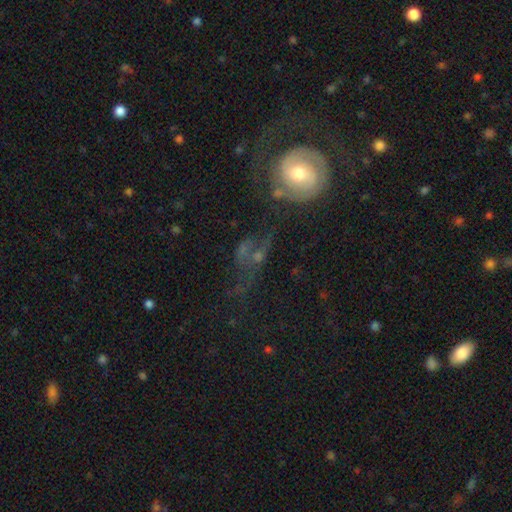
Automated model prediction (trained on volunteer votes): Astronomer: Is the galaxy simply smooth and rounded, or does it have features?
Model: featured or disk — 56%.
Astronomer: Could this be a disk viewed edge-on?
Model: no — 93%.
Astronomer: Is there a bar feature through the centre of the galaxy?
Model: no — 64%.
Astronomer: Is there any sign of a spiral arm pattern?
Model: yes — 67%.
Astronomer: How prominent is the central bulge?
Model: moderate — 47% (runner-up: small, 38%).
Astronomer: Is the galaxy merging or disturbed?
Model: none — 41% (runner-up: major disturbance, 27%).